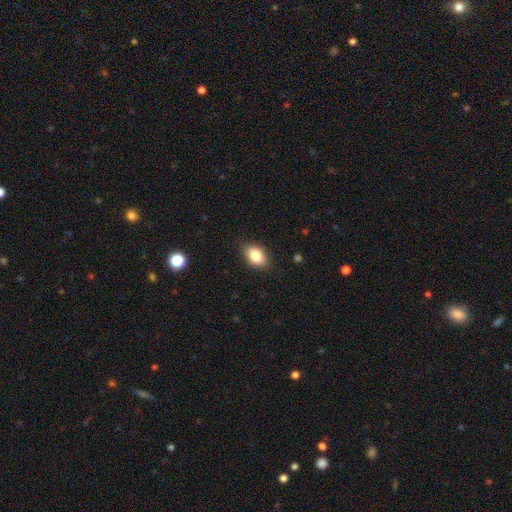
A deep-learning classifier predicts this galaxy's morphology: smooth-or-featured: smooth: 84% | star or artifact: 8% | featured or disk: 8%
  how-rounded: in between: 83% | round: 15% | cigar-shaped: 1%
  merging: none: 87% | minor disturbance: 10% | major disturbance: 2% | merger: 1%